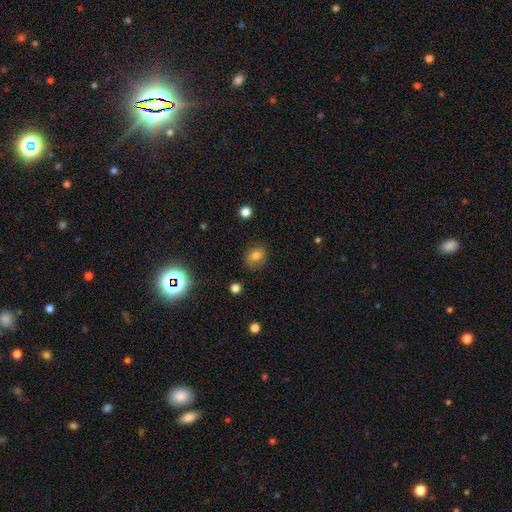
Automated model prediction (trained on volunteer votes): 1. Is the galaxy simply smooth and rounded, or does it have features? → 78% smooth, 13% star or artifact, 10% featured or disk.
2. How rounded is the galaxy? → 56% round, 43% in between, 1% cigar-shaped.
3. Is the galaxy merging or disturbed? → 81% none, 14% minor disturbance, 4% major disturbance, 1% merger.